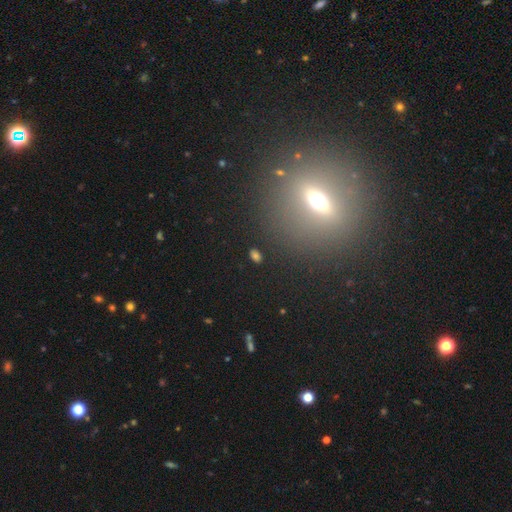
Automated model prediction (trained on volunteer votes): Smooth or featured? Predicted: smooth (p=0.54). How rounded? Predicted: in between (p=0.66). Merging? Predicted: none (p=0.83).